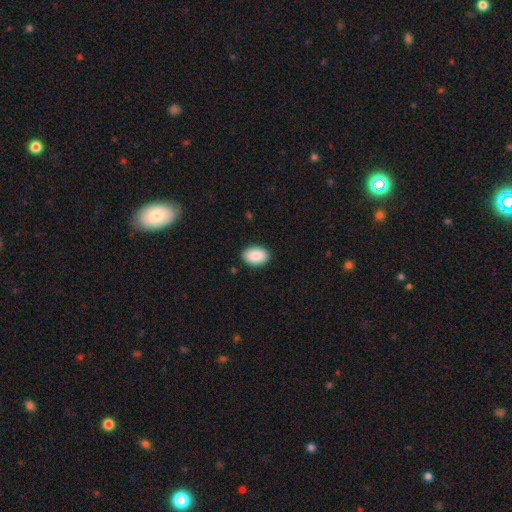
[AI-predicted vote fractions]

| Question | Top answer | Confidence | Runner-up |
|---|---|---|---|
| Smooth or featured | smooth | 90% | star or artifact (6%) |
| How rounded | in between | 89% | round (10%) |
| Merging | none | 90% | minor disturbance (8%) |